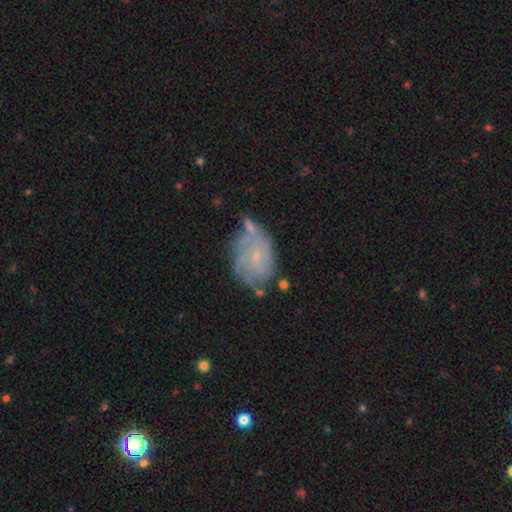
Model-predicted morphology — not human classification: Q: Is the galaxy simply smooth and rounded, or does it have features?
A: featured or disk — 65%.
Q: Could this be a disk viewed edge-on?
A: no — 97%.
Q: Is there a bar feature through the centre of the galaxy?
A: no — 73%.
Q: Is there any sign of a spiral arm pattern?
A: yes — 79%.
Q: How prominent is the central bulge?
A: small — 80%.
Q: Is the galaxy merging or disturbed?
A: none — 49%.